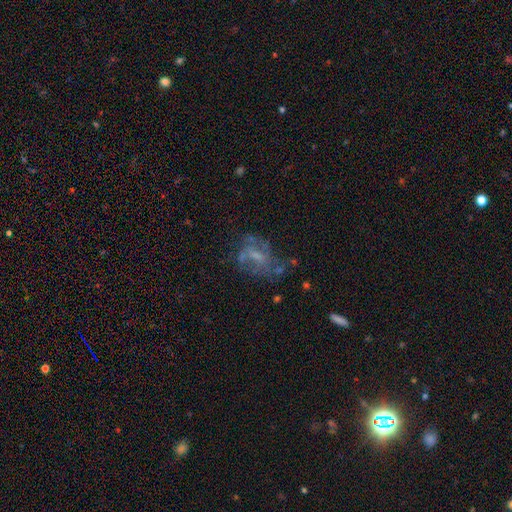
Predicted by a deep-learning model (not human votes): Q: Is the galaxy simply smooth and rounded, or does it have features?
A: featured or disk — 62%.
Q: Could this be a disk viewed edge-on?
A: no — 97%.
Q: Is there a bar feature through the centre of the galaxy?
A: no — 50%.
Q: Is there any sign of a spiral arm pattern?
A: yes — 52%.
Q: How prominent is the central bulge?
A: small — 39%.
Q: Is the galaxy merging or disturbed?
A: none — 48%.